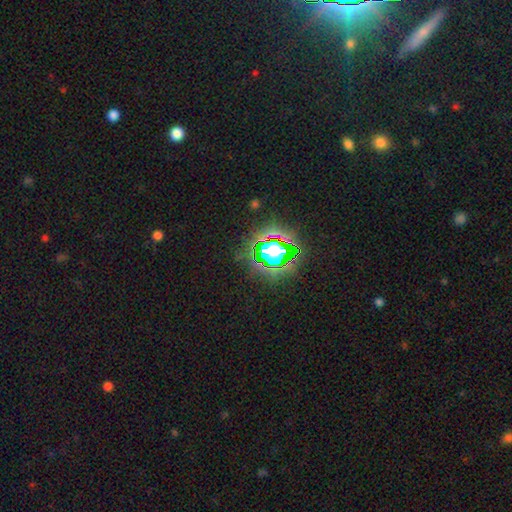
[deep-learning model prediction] Overall: star or artifact (79%).